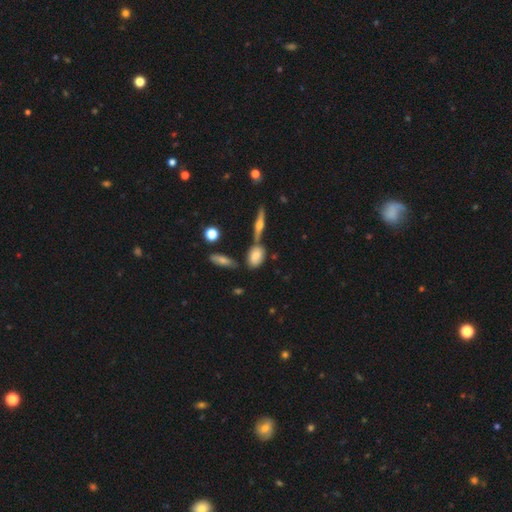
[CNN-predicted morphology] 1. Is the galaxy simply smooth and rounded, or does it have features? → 70% smooth, 21% featured or disk, 9% star or artifact.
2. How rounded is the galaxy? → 79% in between, 13% round, 8% cigar-shaped.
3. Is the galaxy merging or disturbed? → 59% none, 19% minor disturbance, 18% merger, 5% major disturbance.